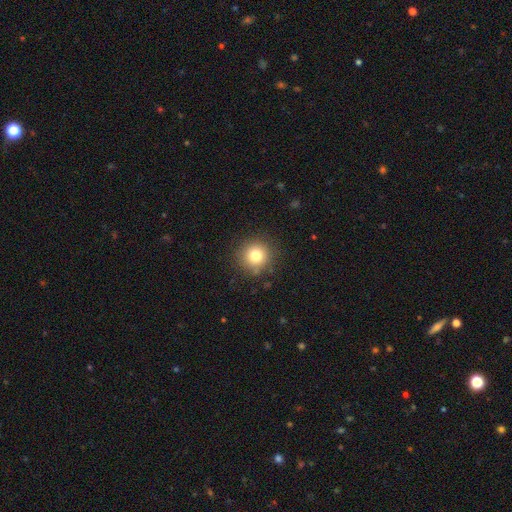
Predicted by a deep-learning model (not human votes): This appears to be a smooth galaxy with no disk features (79%) that is round (93%). Merging: none (88%).